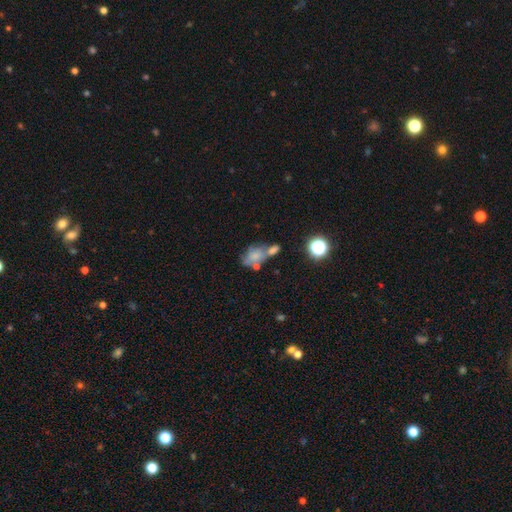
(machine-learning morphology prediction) The model was most divided on "merging": merger: 44%, none: 26%, minor disturbance: 17%, major disturbance: 13%. More confident: how rounded — in between (80%); smooth or featured — smooth (59%).